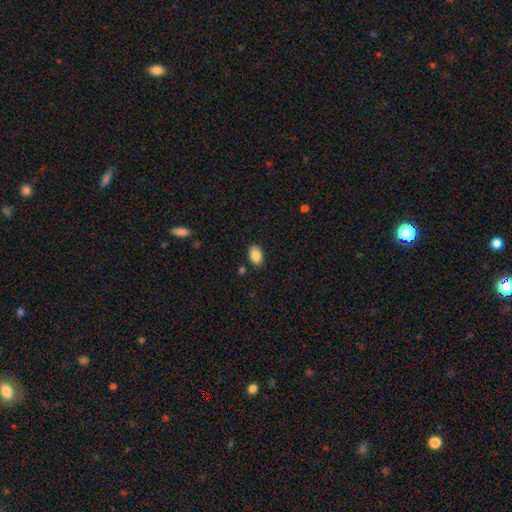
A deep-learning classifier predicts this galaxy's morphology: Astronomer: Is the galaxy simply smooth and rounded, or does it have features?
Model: smooth — 87%.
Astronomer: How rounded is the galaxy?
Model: in between — 88%.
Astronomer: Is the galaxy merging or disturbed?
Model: none — 85%.